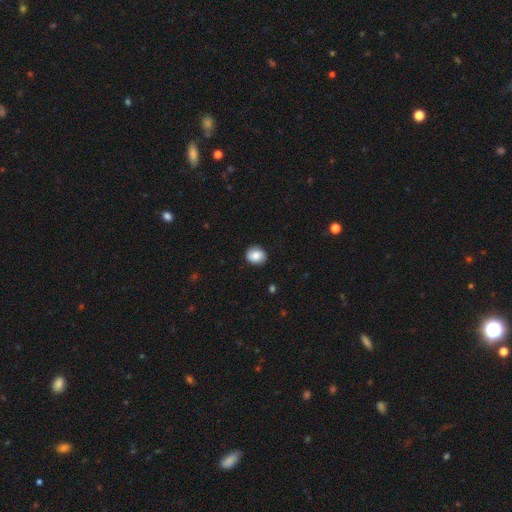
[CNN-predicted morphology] The model was most divided on "how rounded": round: 79%, in between: 20%, cigar-shaped: 1%. More confident: merging — none (89%); smooth or featured — smooth (81%).